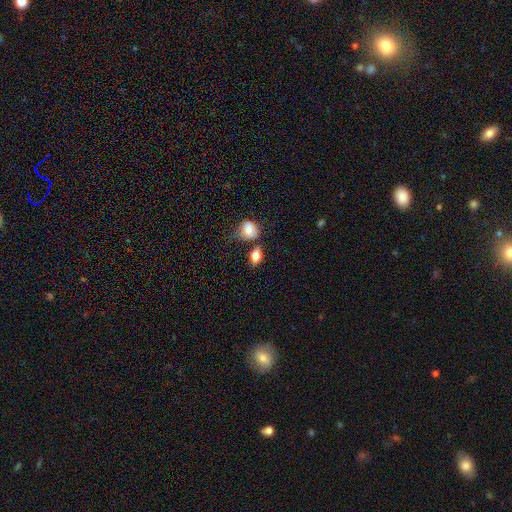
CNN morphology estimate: smooth_or_featured: smooth (p=0.80) [alt: featured or disk p=0.11]
how_rounded: in between (p=0.79) [alt: round p=0.18]
merging: none (p=0.62) [alt: merger p=0.17]